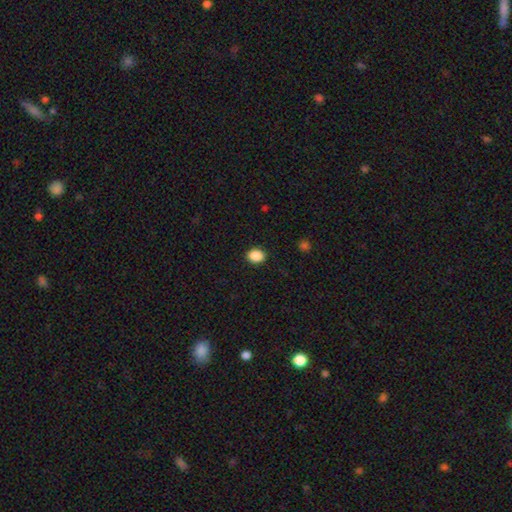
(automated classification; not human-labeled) smooth_or_featured: smooth (p=0.89) [alt: star or artifact p=0.09]
how_rounded: in between (p=0.58) [alt: round p=0.41]
merging: none (p=0.90) [alt: minor disturbance p=0.07]